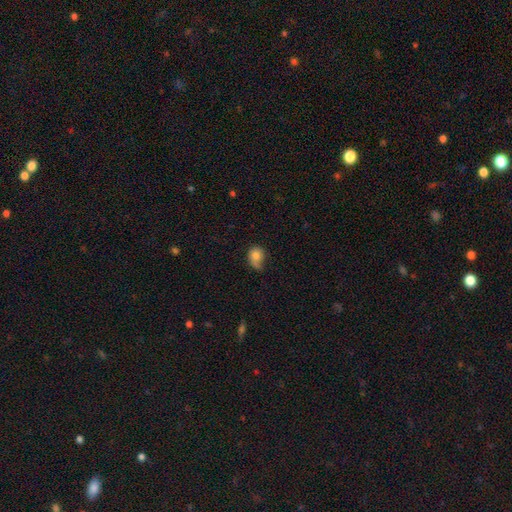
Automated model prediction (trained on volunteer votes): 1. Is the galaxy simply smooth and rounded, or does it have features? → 77% smooth, 14% featured or disk, 9% star or artifact.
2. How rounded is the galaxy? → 55% round, 44% in between, 1% cigar-shaped.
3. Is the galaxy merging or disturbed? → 38% none, 37% minor disturbance, 20% major disturbance, 5% merger.